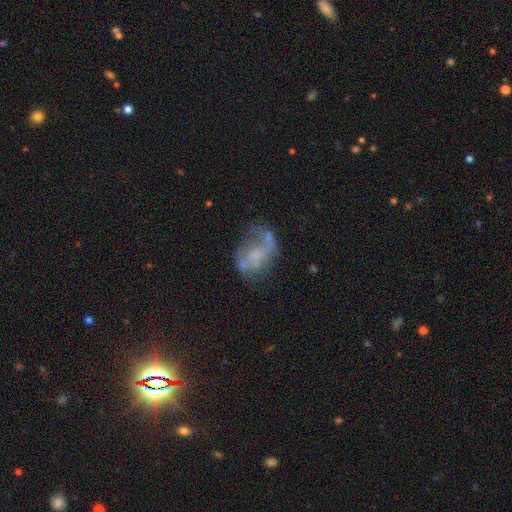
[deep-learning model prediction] The model was most divided on "spiral arms": yes: 57%, no: 43%. Remaining: edge-on disk — no (97%); smooth or featured — featured or disk (63%); bar — no (62%); bulge size — none (47%); merging — none (42%).